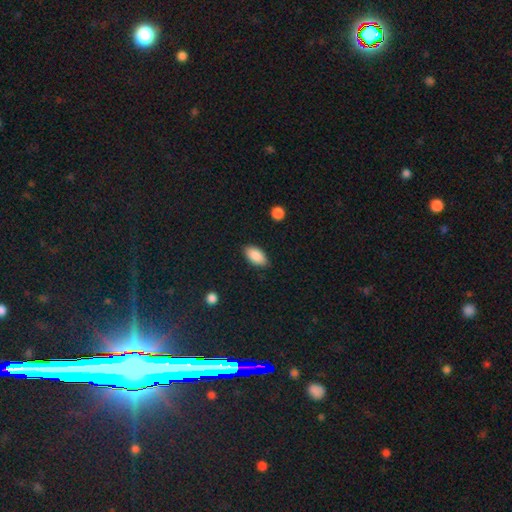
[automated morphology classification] smooth-or-featured: smooth: 88% | star or artifact: 7% | featured or disk: 6%
  how-rounded: in between: 93% | cigar-shaped: 4% | round: 3%
  merging: none: 84% | minor disturbance: 12% | major disturbance: 3% | merger: 1%